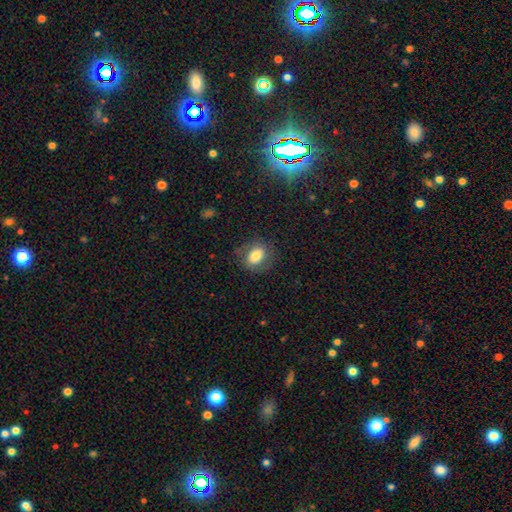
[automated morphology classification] smooth-or-featured: smooth: 74% | featured or disk: 17% | star or artifact: 9%
  how-rounded: in between: 65% | round: 34% | cigar-shaped: 1%
  merging: none: 74% | minor disturbance: 17% | major disturbance: 8% | merger: 1%